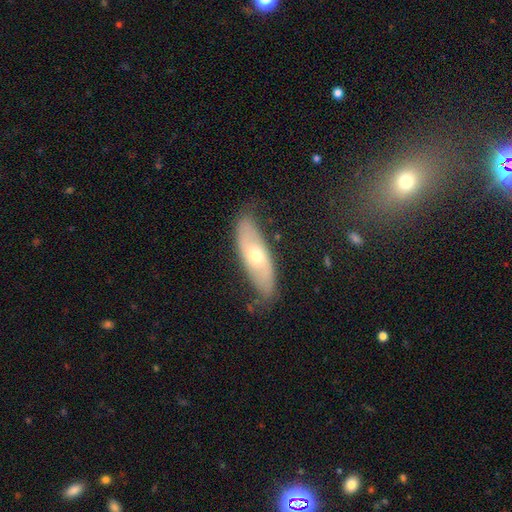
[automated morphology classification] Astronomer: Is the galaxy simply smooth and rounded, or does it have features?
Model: featured or disk — 51% (runner-up: smooth, 42%).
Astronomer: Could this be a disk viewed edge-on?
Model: no — 73%.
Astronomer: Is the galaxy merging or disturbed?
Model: none — 71%.